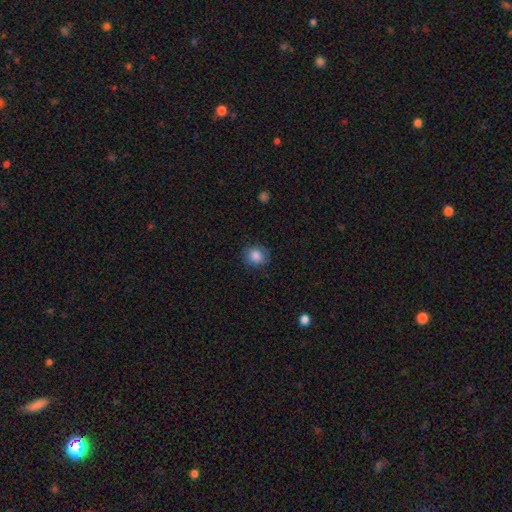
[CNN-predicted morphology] A smooth galaxy with no disk features (85%) that is round (84%). Merging: none (84%).